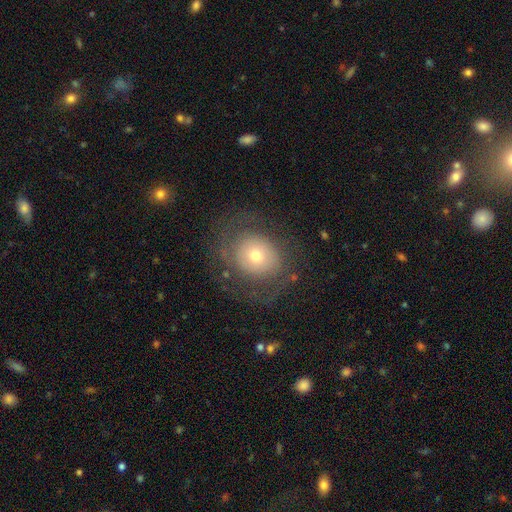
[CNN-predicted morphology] Overall: smooth (47%; featured or disk 43%). Merging: none (69%).